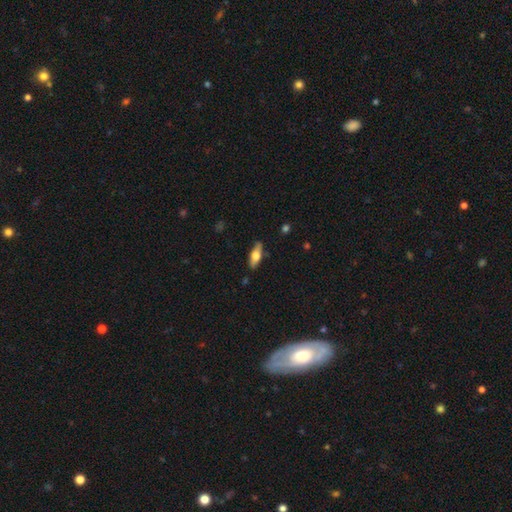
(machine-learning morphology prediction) Smooth or featured: smooth — 59% (featured or disk — 35%)
How rounded: in between — 65% (cigar-shaped — 32%)
Merging: none — 84% (minor disturbance — 13%)